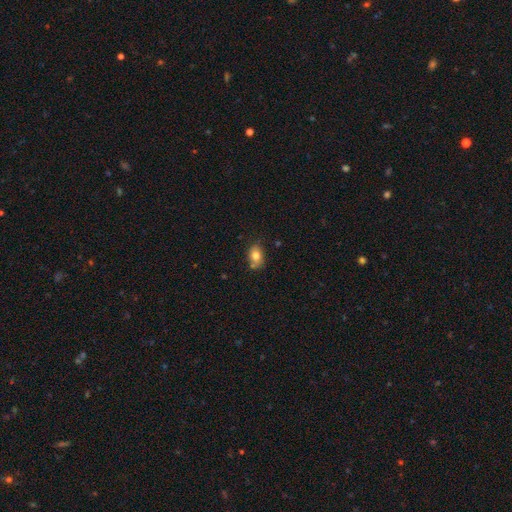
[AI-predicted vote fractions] Q: Smooth or featured?
A: smooth (79%); runner-up: featured or disk (12%)
Q: How rounded?
A: in between (72%); runner-up: round (26%)
Q: Merging?
A: none (65%); runner-up: minor disturbance (22%)